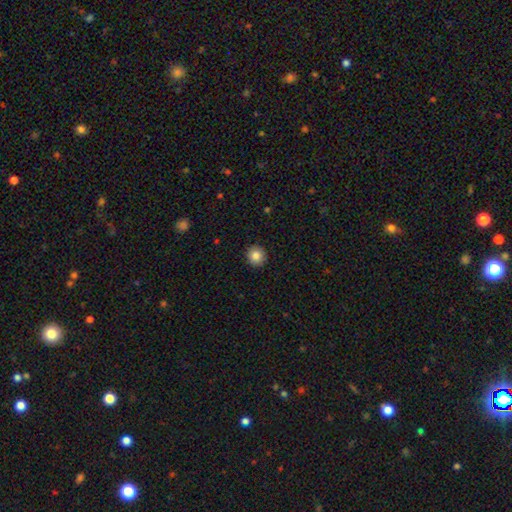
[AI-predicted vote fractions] The model was most divided on "smooth or featured": smooth: 86%, star or artifact: 9%, featured or disk: 5%. More confident: how rounded — round (93%); merging — none (92%).